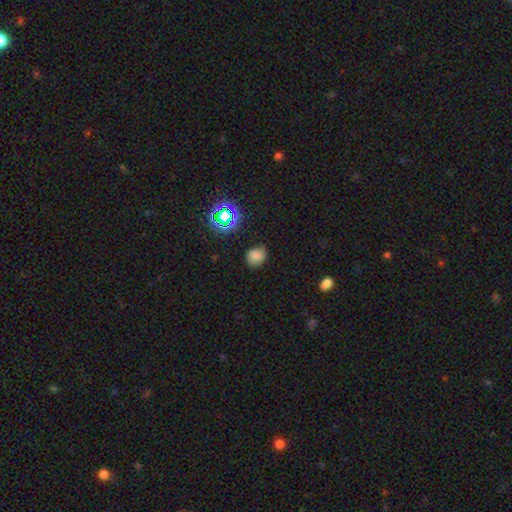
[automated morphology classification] This is likely a smooth galaxy (73%). How rounded: possibly round (59%). Merging: likely none (75%).